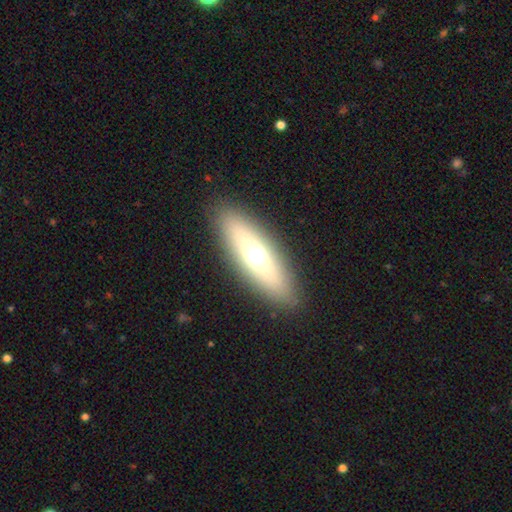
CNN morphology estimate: This is possibly a smooth galaxy (55%). How rounded: possibly in between (51%). Merging: clearly none (88%).